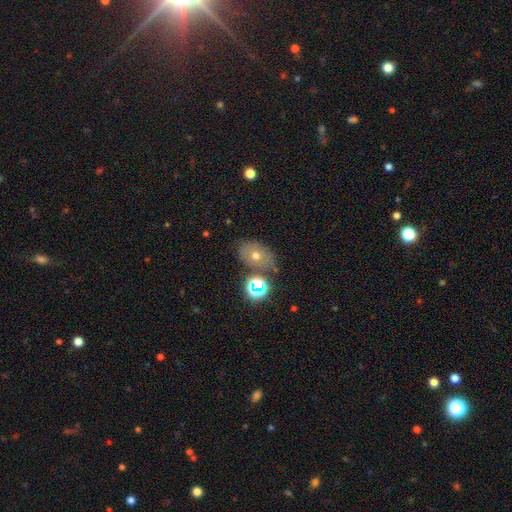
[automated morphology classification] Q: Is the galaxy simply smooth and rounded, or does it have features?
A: smooth — 58%.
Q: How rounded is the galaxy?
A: in between — 71%.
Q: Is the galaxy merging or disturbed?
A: none — 66%.